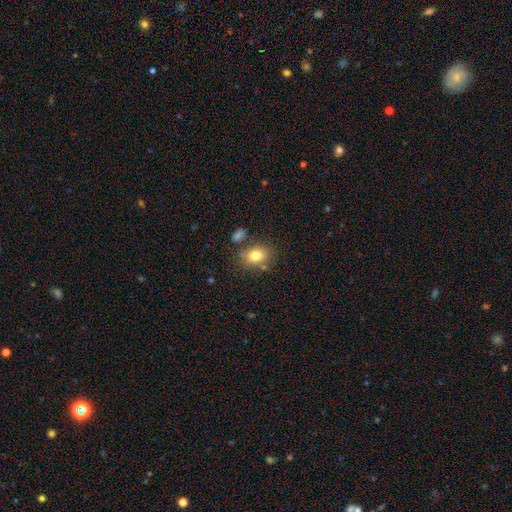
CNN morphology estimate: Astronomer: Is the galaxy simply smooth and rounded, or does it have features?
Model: smooth — 79%.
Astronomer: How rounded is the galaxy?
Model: in between — 61% (runner-up: round, 38%).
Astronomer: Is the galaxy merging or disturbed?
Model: none — 71%.